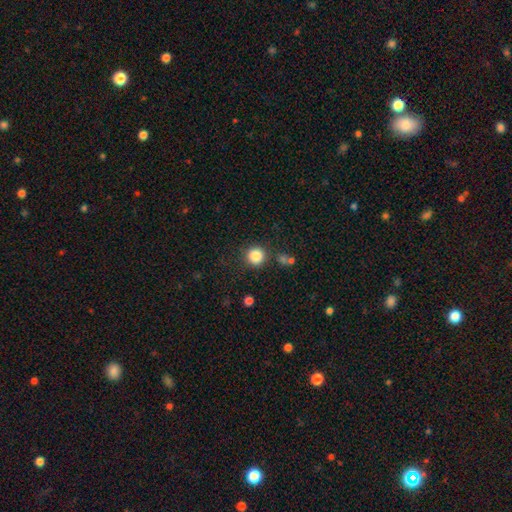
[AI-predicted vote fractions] Smooth or featured? smooth (86%)
How rounded? round (93%)
Merging? none (84%)